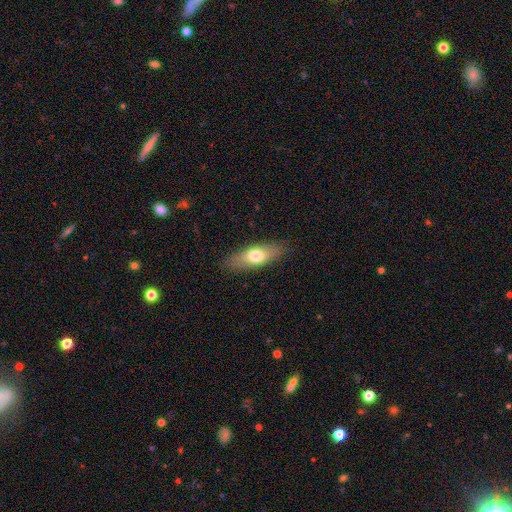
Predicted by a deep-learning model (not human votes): Smooth or featured?
  - smooth: 69% *
  - featured or disk: 24%
  - star or artifact: 6%
How rounded?
  - in between: 65% *
  - cigar-shaped: 32%
  - round: 3%
Merging?
  - none: 84% *
  - minor disturbance: 12%
  - major disturbance: 3%
  - merger: 1%